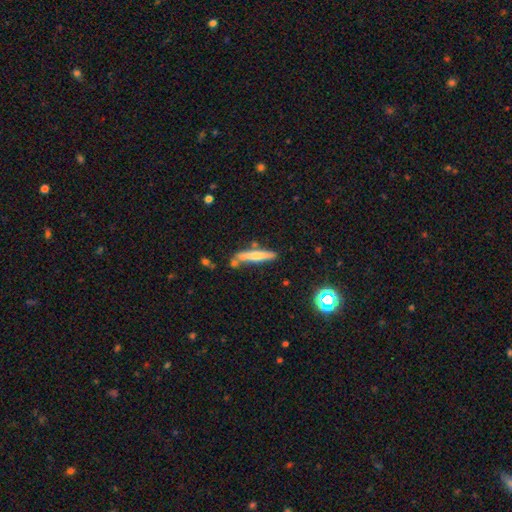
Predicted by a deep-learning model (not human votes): A smooth galaxy with no disk features (62%) that is cigar-shaped (91%). Merging: none (73%).